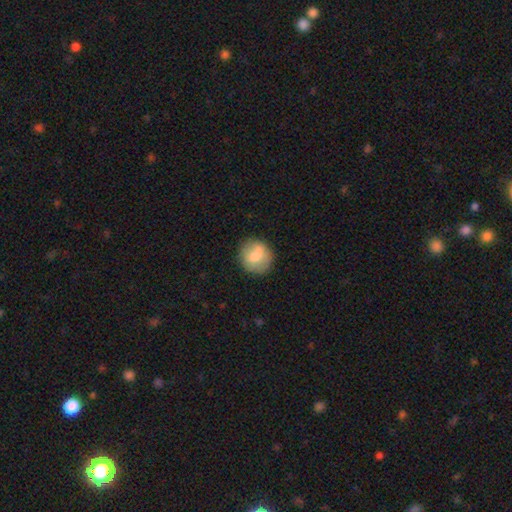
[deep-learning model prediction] Smooth or featured? Predicted: smooth (p=0.71). How rounded? Predicted: round (p=0.88). Merging? Predicted: none (p=0.77).